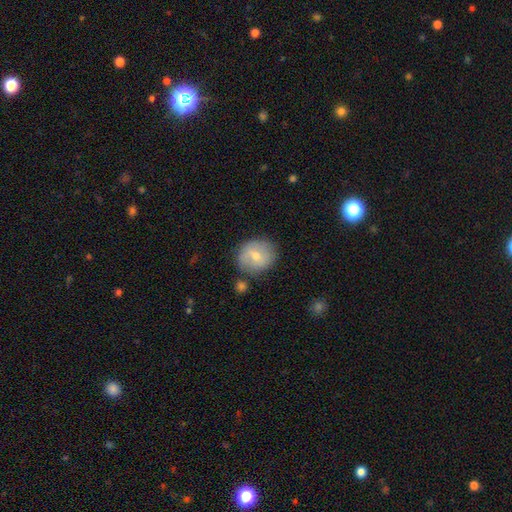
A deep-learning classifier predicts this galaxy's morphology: type=smooth (59%); roundness=round (80%); merging=none (77%).